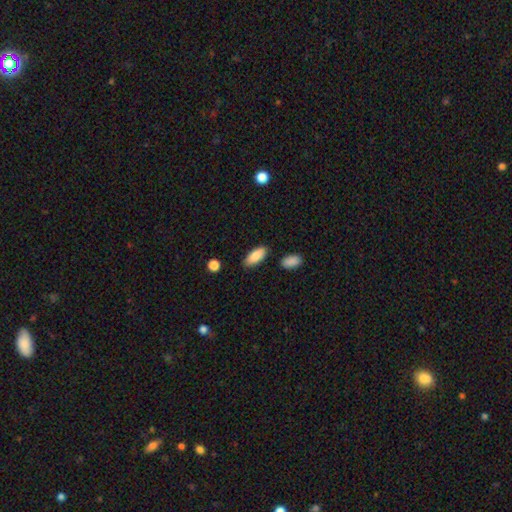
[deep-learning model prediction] Q: Smooth or featured?
A: smooth (87%); runner-up: featured or disk (7%)
Q: How rounded?
A: in between (85%); runner-up: cigar-shaped (13%)
Q: Merging?
A: none (84%); runner-up: minor disturbance (11%)